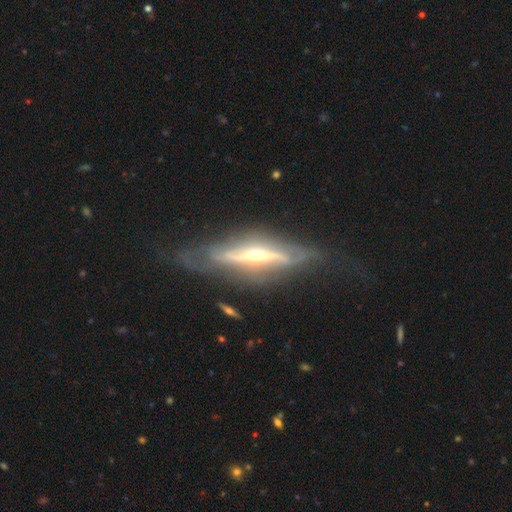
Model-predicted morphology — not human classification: Smooth or featured: featured or disk — 86% (smooth — 9%)
Edge-on disk: yes — 60% (no — 40%)
Edge-on bulge: rounded — 84% (none — 10%)
Merging: none — 56% (minor disturbance — 24%)